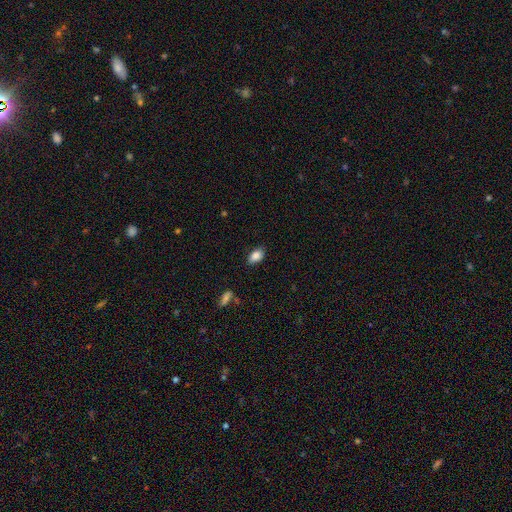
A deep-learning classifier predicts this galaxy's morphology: This appears to be a smooth galaxy with no disk features (86%) that is in between round and cigar-shaped (90%). Merging: none (83%).